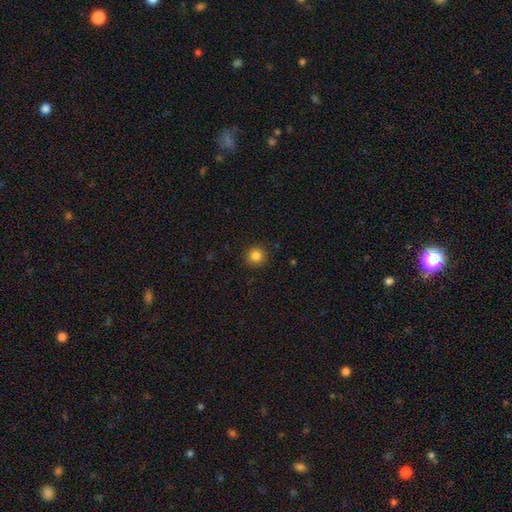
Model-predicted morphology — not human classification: This is clearly a smooth galaxy (84%). How rounded: clearly round (94%). Merging: clearly none (92%).